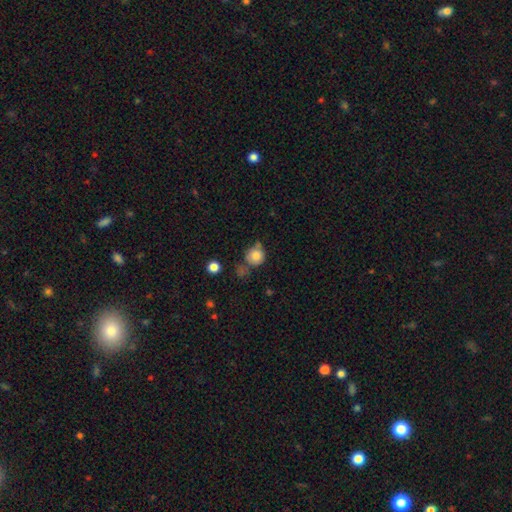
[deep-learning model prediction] The model was most divided on "merging": none: 54%, minor disturbance: 20%, merger: 18%, major disturbance: 8%. More confident: how rounded — round (87%); smooth or featured — smooth (80%).